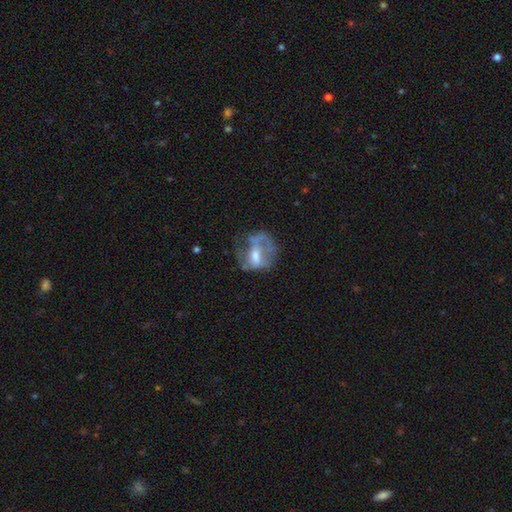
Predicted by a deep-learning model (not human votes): Overall: featured or disk (54%; smooth 35%). Edge-on disk: no (96%). Bar: no (57%; weak 33%). Spiral arms: no (68%; yes 32%). Bulge size: moderate (54%; small 22%). Merging: major disturbance (38%; none 35%).